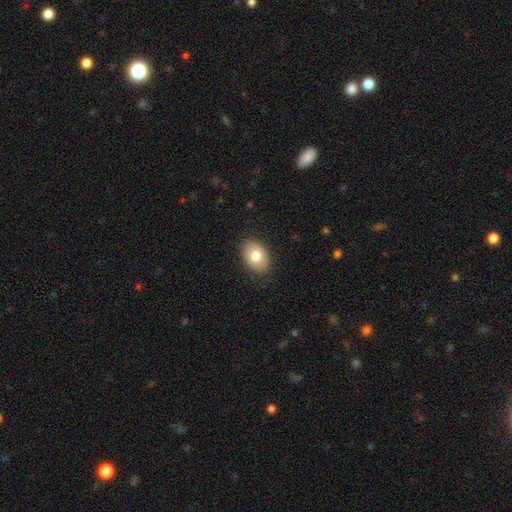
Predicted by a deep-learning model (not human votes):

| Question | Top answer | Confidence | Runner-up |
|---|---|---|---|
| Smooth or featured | smooth | 76% | featured or disk (16%) |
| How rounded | in between | 83% | round (16%) |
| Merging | none | 86% | minor disturbance (11%) |